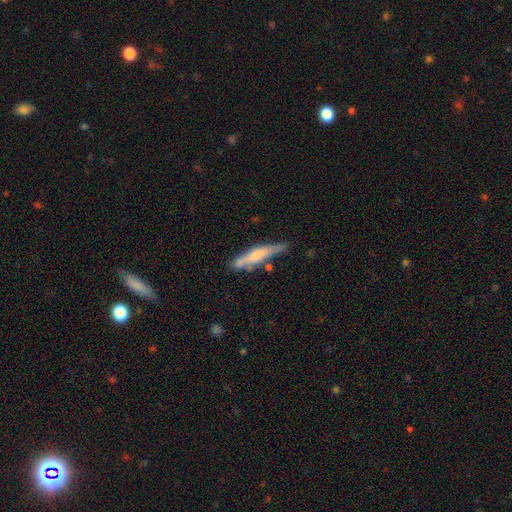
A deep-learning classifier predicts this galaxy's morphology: The model was most divided on "smooth or featured": smooth: 51%, featured or disk: 43%, star or artifact: 6%. More confident: how rounded — cigar-shaped (88%); merging — none (64%).